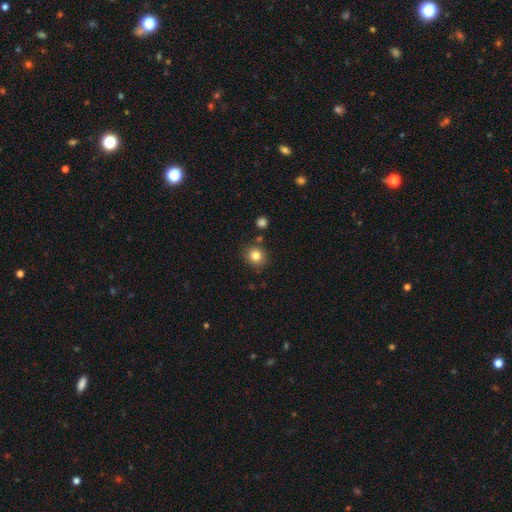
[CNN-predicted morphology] smooth_or_featured: smooth (p=0.82) [alt: star or artifact p=0.11]
how_rounded: round (p=0.87) [alt: in between p=0.12]
merging: none (p=0.84) [alt: minor disturbance p=0.09]